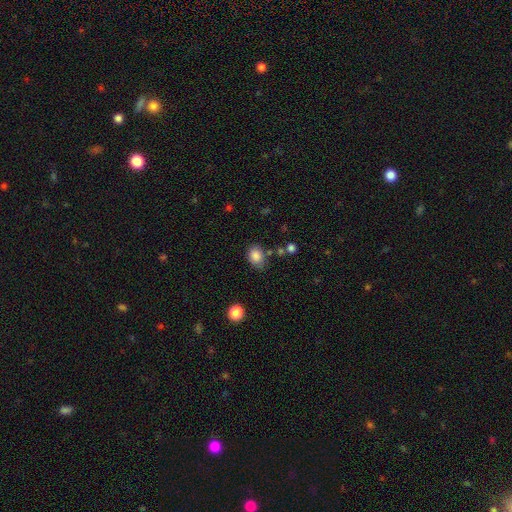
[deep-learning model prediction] A smooth galaxy with no disk features (85%) that is in between round and cigar-shaped (63%).

Vote fractions:
- Smooth or featured? smooth: 85% / star or artifact: 9% / featured or disk: 6%
- How rounded? in between: 63% / round: 36% / cigar-shaped: 1%
- Merging? none: 70% / minor disturbance: 20% / major disturbance: 5% / merger: 5%